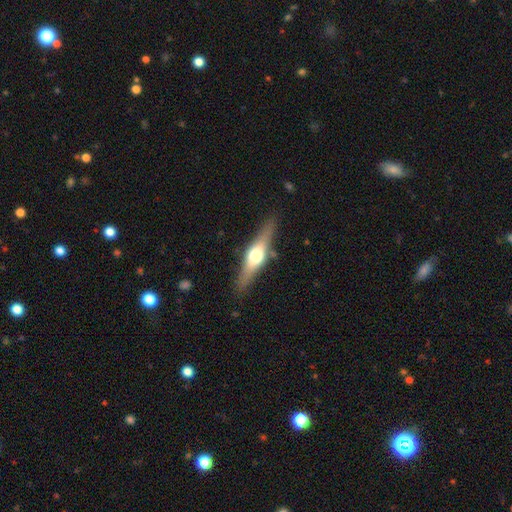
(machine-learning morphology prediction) The model was most divided on "smooth or featured": featured or disk: 63%, smooth: 31%, star or artifact: 6%. More confident: edge-on disk — yes (94%); edge-on bulge — rounded (93%); merging — none (85%).